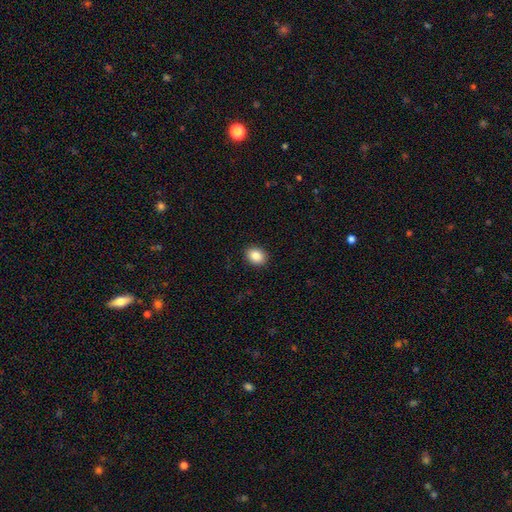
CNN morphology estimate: A smooth galaxy with no disk features (87%) that is in between round and cigar-shaped (57%). Merging: none (91%).